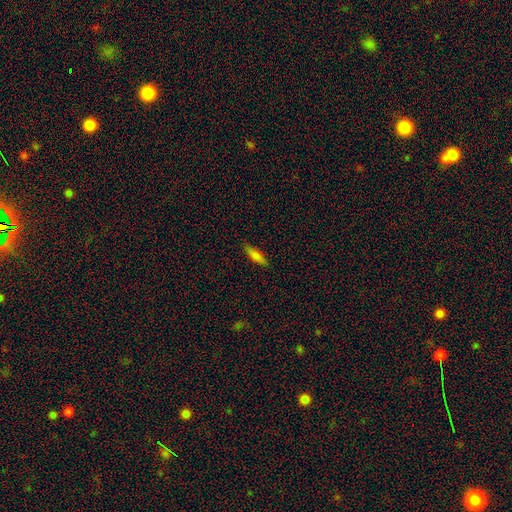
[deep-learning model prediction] smooth 75%, featured or disk 17%, star or artifact 8%. Down the decision tree: how rounded — cigar-shaped (56%); merging — none (85%).